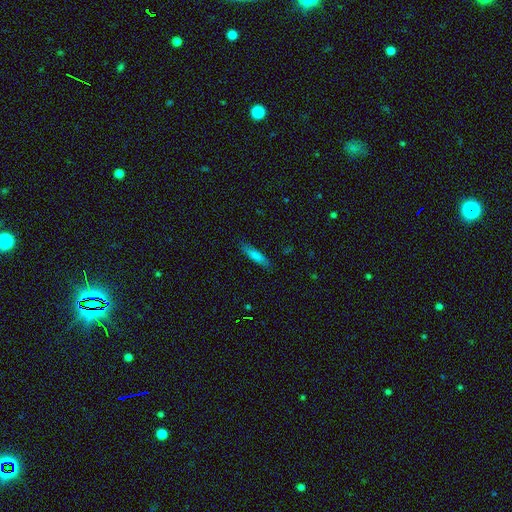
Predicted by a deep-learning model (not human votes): A smooth galaxy with no disk features (75%) that is cigar-shaped (77%). Merging: none (86%).